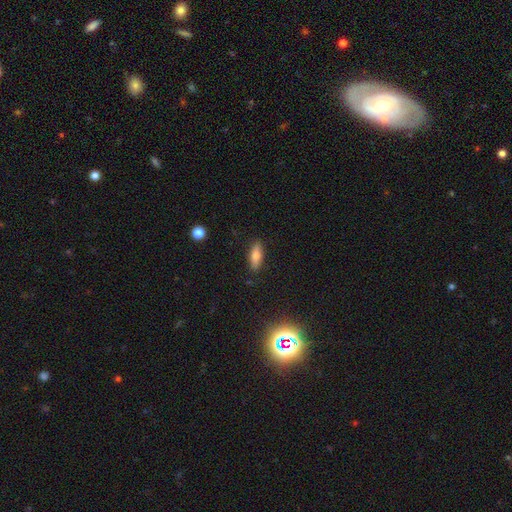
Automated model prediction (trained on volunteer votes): Smooth or featured: smooth — 69% (featured or disk — 24%)
How rounded: in between — 56% (cigar-shaped — 41%)
Merging: none — 87% (minor disturbance — 9%)